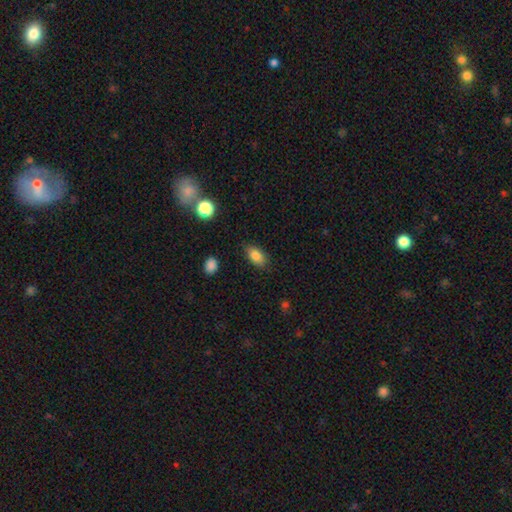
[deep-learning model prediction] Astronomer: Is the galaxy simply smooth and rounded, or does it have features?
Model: smooth — 84%.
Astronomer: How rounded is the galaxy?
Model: in between — 89%.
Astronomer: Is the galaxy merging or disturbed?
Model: none — 81%.